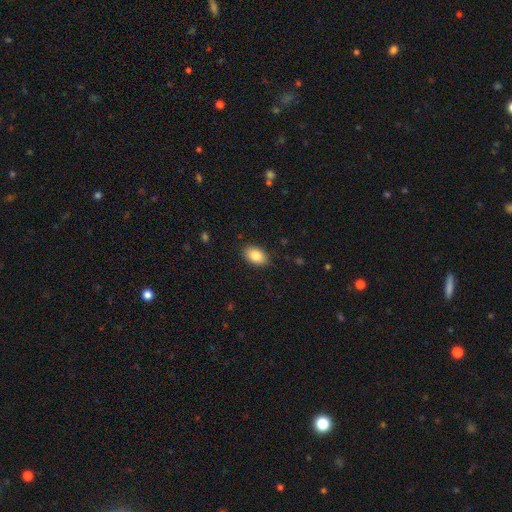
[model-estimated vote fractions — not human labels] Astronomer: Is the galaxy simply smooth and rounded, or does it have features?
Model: smooth — 85%.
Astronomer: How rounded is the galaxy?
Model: in between — 90%.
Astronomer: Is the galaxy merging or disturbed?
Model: none — 88%.